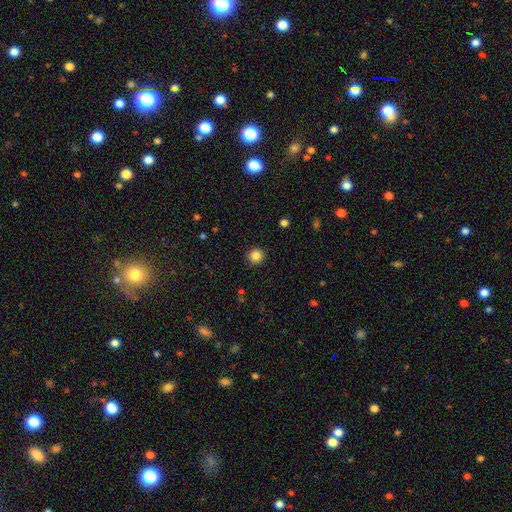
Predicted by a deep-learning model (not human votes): A smooth galaxy with no disk features (85%) that is round (92%). Merging: none (91%).